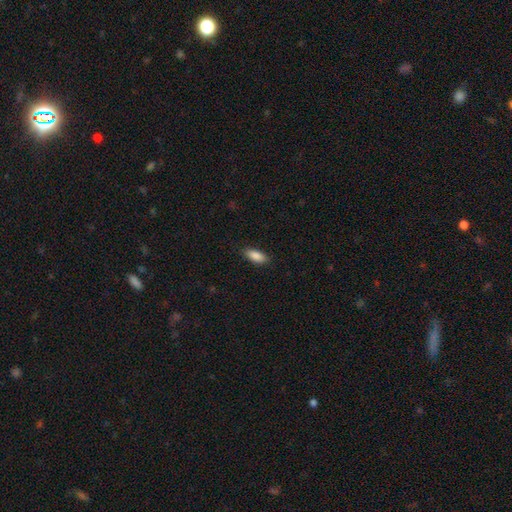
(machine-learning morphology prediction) Overall: smooth (88%). How rounded: in between (80%). Merging: none (86%).